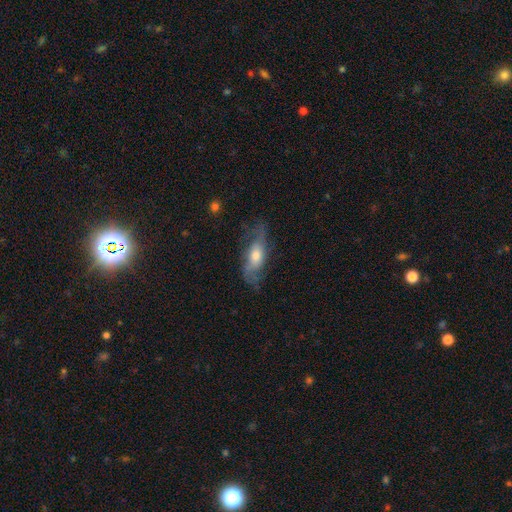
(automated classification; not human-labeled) The model was most divided on "smooth or featured": featured or disk: 59%, smooth: 34%, star or artifact: 8%. More confident: edge-on disk — no (75%); merging — none (59%).